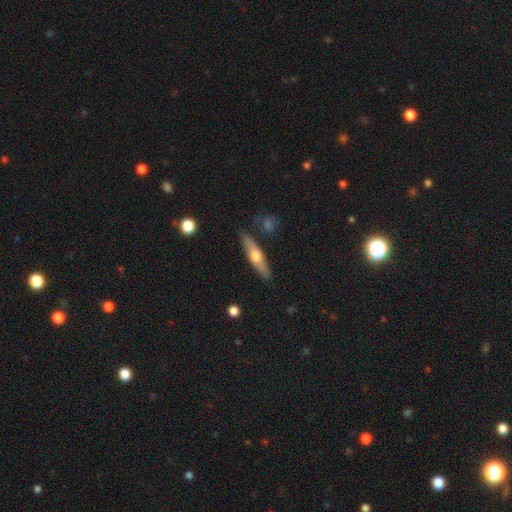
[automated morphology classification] Smooth or featured?
  - smooth: 49% *
  - featured or disk: 46%
  - star or artifact: 5%
Merging?
  - none: 85% *
  - minor disturbance: 10%
  - merger: 3%
  - major disturbance: 2%